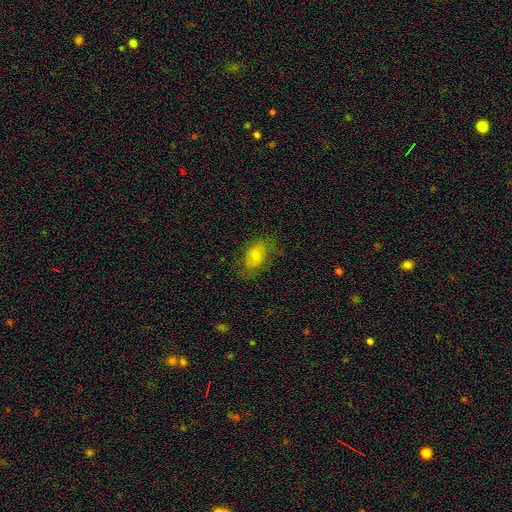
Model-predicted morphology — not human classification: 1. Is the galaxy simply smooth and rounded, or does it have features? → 63% smooth, 27% featured or disk, 10% star or artifact.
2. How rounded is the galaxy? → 84% in between, 14% round, 2% cigar-shaped.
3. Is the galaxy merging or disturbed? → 68% none, 21% minor disturbance, 9% major disturbance, 1% merger.